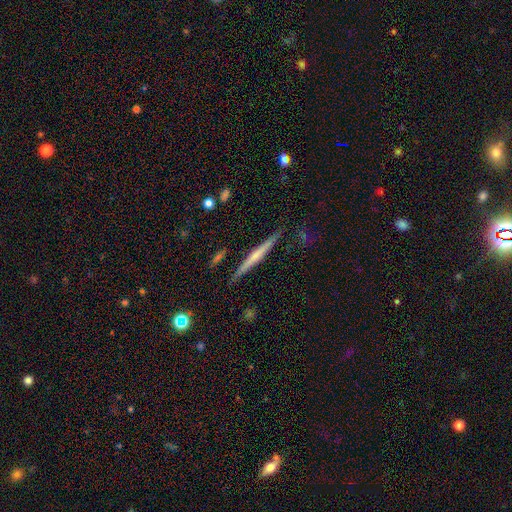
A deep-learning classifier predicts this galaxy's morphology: A featured or disk galaxy (59%) viewed edge-on (98%) with no central bulge (54%).

Vote fractions:
- Smooth or featured? featured or disk: 59% / smooth: 35% / star or artifact: 6%
- Edge-on disk? yes: 98% / no: 2%
- Edge-on bulge? none: 54% / rounded: 35% / boxy: 11%
- Merging? none: 88% / minor disturbance: 9% / major disturbance: 2% / merger: 2%